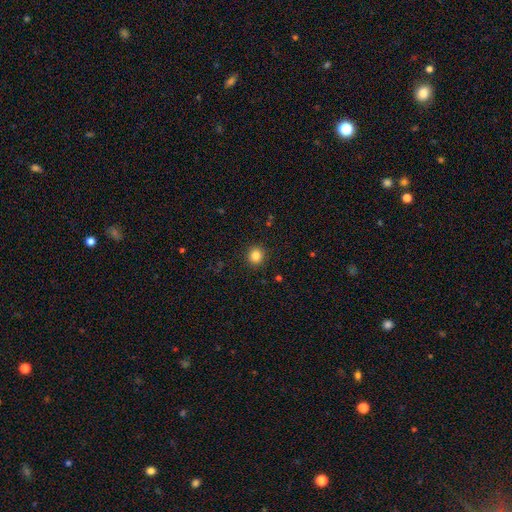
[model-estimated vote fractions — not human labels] Morphology: type=smooth (84%); roundness=round (92%); merging=none (92%).